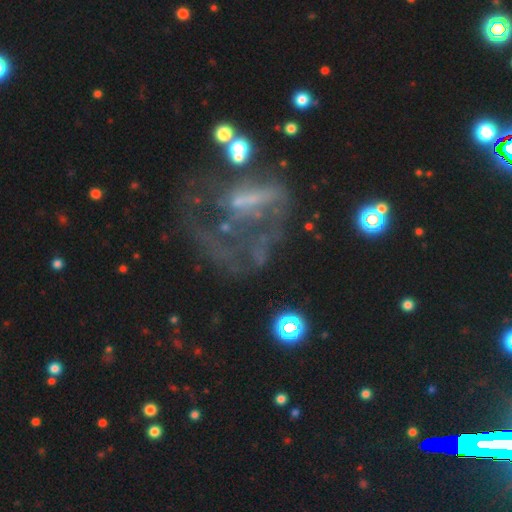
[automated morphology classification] Q: Smooth or featured?
A: featured or disk (55%); runner-up: star or artifact (25%)
Q: Edge-on disk?
A: no (94%); runner-up: yes (6%)
Q: Bar?
A: no (68%); runner-up: weak (20%)
Q: Spiral arms?
A: no (69%); runner-up: yes (31%)
Q: Bulge size?
A: none (63%); runner-up: small (22%)
Q: Merging?
A: major disturbance (48%); runner-up: none (29%)